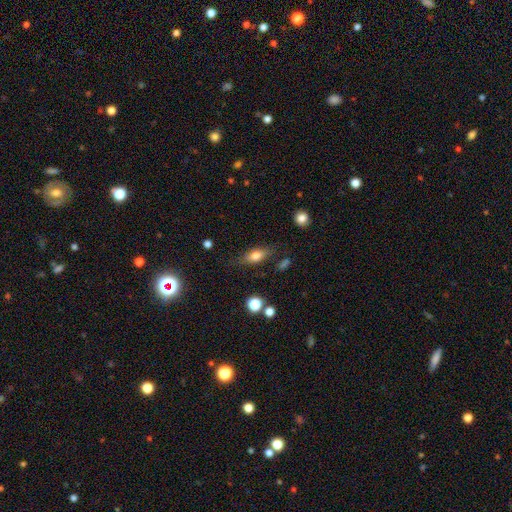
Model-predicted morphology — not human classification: This appears to be a smooth galaxy with no disk features (69%) that is in between round and cigar-shaped (76%). Merging: none (74%).